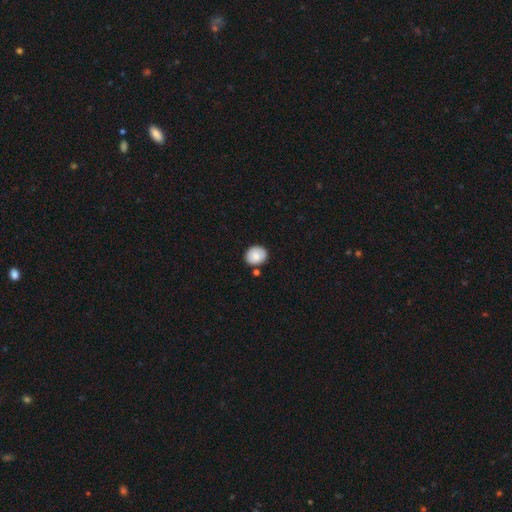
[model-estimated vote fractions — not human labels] smooth-or-featured: smooth: 85% | featured or disk: 8% | star or artifact: 7%
  how-rounded: round: 59% | in between: 40% | cigar-shaped: 1%
  merging: none: 80% | minor disturbance: 12% | merger: 6% | major disturbance: 2%